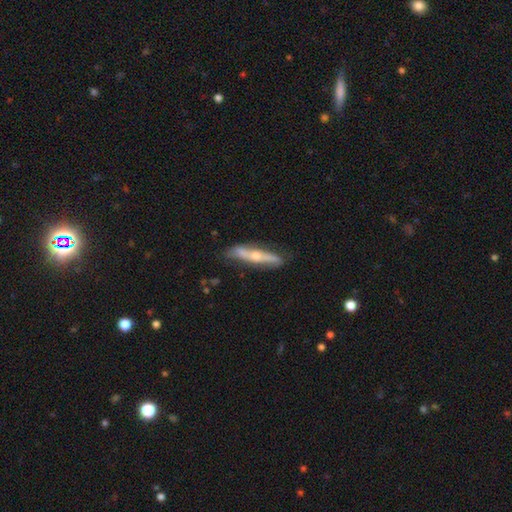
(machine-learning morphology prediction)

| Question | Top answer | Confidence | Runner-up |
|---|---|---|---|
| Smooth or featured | featured or disk | 67% | smooth (28%) |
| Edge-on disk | yes | 68% | no (32%) |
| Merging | none | 77% | minor disturbance (17%) |